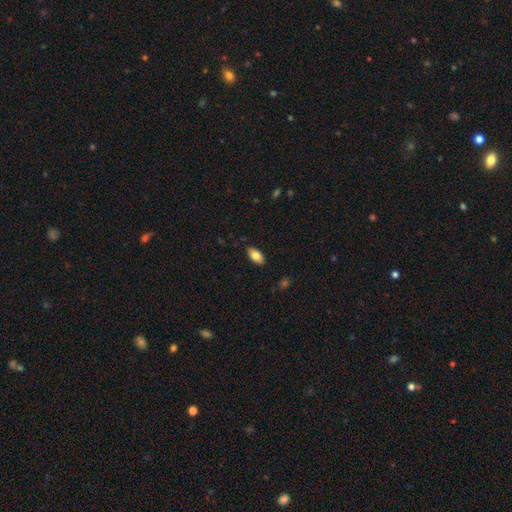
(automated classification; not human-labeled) Smooth or featured?
  - smooth: 79% *
  - featured or disk: 14%
  - star or artifact: 7%
How rounded?
  - in between: 91% *
  - cigar-shaped: 5%
  - round: 3%
Merging?
  - none: 87% *
  - minor disturbance: 10%
  - major disturbance: 2%
  - merger: 1%